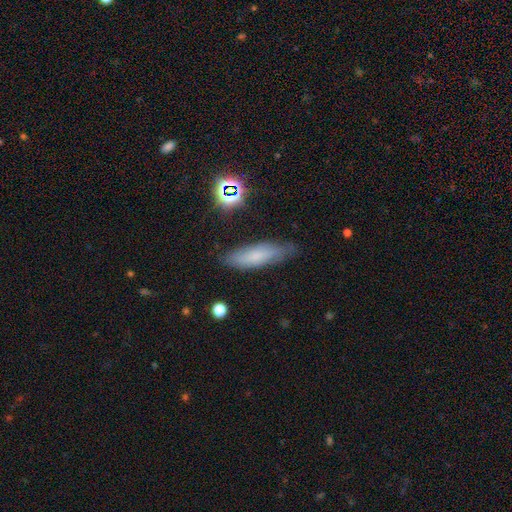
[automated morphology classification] Overall: smooth (67%). How rounded: cigar-shaped (54%; in between 44%). Merging: none (75%).